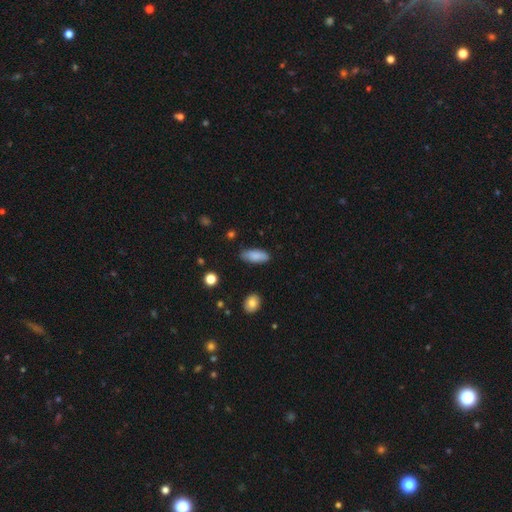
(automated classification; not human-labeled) Overall: smooth (85%). How rounded: in between (77%). Merging: none (80%).